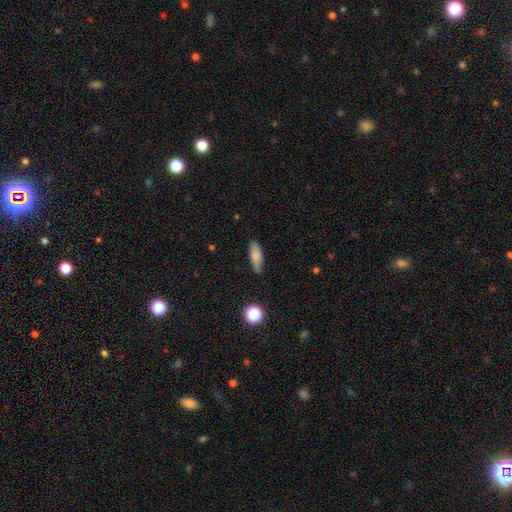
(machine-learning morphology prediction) smooth 79%, featured or disk 12%, star or artifact 8%. Down the decision tree: how rounded — cigar-shaped (53%); merging — none (84%).